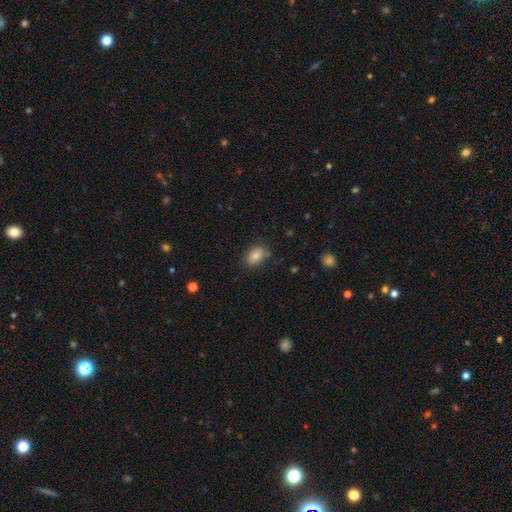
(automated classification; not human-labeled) A smooth galaxy with no disk features (82%) that is in between round and cigar-shaped (81%).

Vote fractions:
- Smooth or featured? smooth: 82% / featured or disk: 9% / star or artifact: 9%
- How rounded? in between: 81% / round: 18% / cigar-shaped: 1%
- Merging? none: 78% / minor disturbance: 15% / major disturbance: 4% / merger: 3%